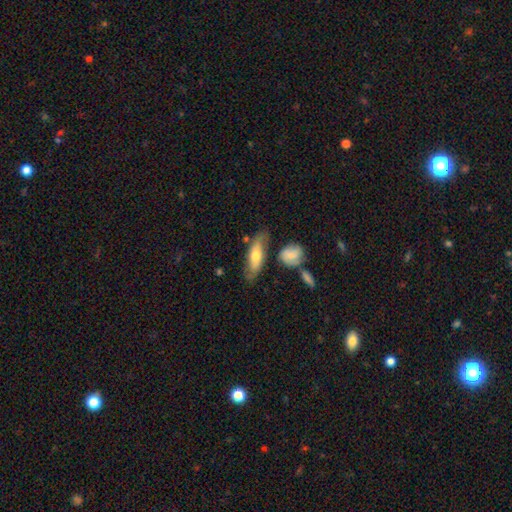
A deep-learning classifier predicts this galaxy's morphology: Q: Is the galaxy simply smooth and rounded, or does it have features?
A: smooth — 57%.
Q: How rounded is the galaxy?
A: in between — 64%.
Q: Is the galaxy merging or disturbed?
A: none — 64%.